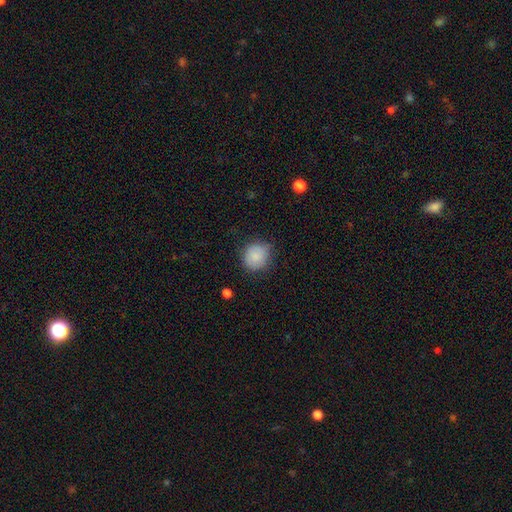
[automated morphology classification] smooth-or-featured: smooth: 86% | star or artifact: 7% | featured or disk: 7%
  how-rounded: round: 84% | in between: 15% | cigar-shaped: 1%
  merging: none: 76% | minor disturbance: 18% | major disturbance: 4% | merger: 1%